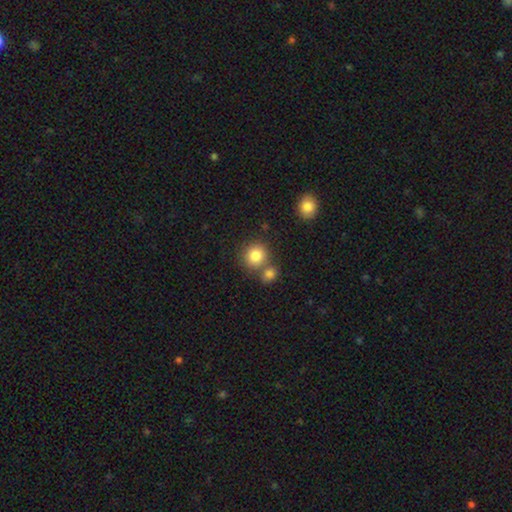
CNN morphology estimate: A smooth galaxy with no disk features (83%) that is round (86%). Merging: none (59%).